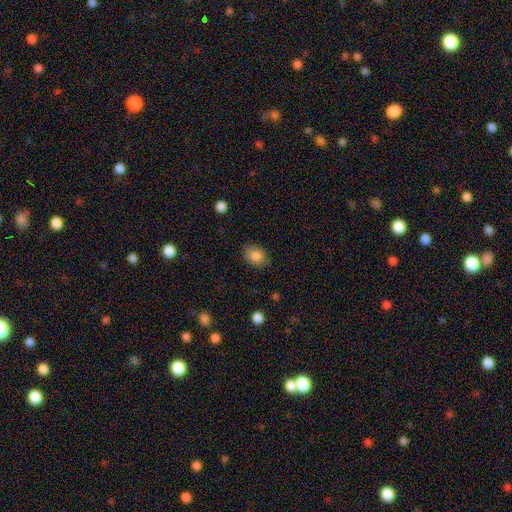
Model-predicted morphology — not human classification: Smooth or featured? smooth (86%)
How rounded? in between (67%)
Merging? none (83%)